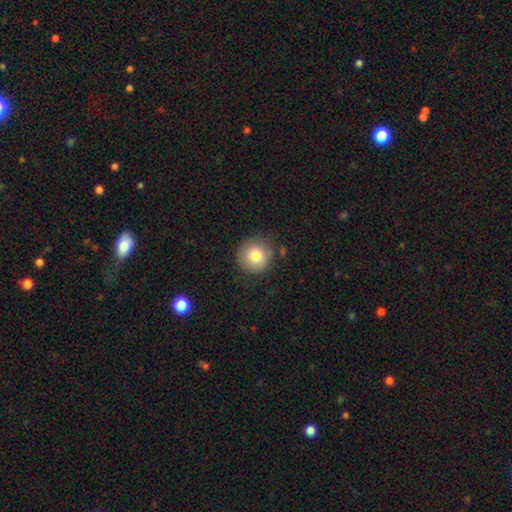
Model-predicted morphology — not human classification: The model was most divided on "merging": none: 80%, minor disturbance: 14%, major disturbance: 4%, merger: 2%. More confident: how rounded — round (93%); smooth or featured — smooth (83%).